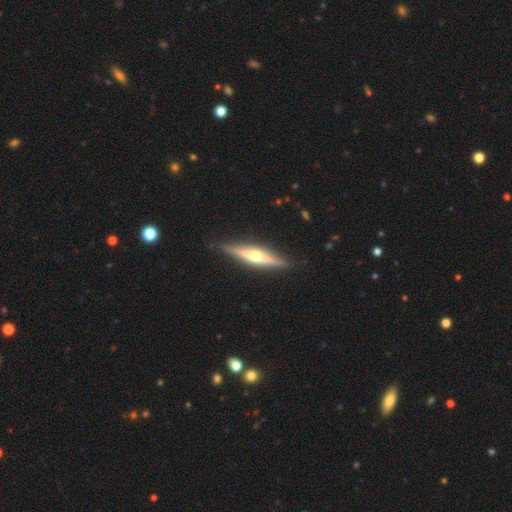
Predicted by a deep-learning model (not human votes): Smooth or featured?
  - featured or disk: 73% *
  - smooth: 21%
  - star or artifact: 5%
Edge-on disk?
  - yes: 97% *
  - no: 3%
Edge-on bulge?
  - rounded: 87% *
  - none: 7%
  - boxy: 6%
Merging?
  - none: 89% *
  - minor disturbance: 8%
  - major disturbance: 2%
  - merger: 1%